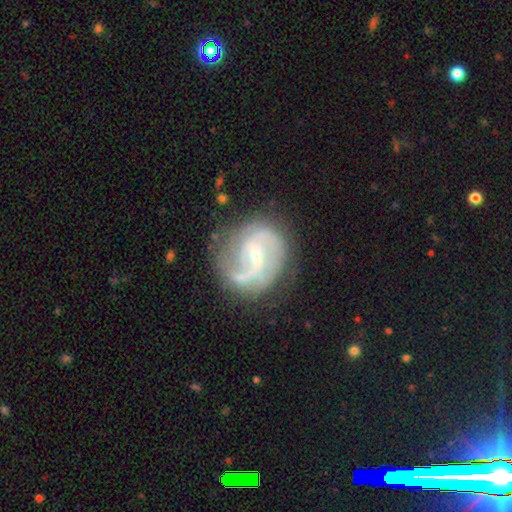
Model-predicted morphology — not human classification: A featured or disk galaxy (86%) with a weak bar (49%), 2 (68%) medium (50%) spiral arms (95%) and a small central bulge (67%). Merging: none (66%).